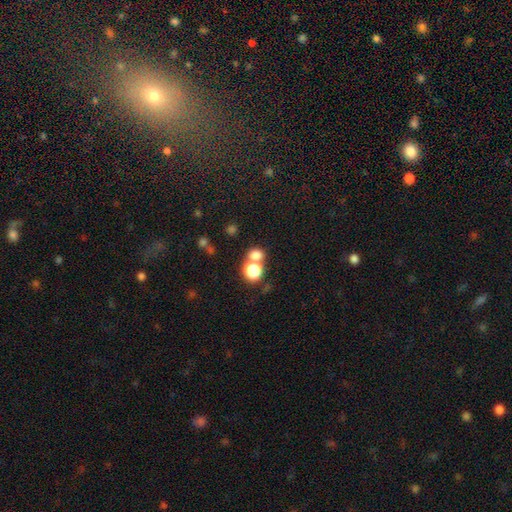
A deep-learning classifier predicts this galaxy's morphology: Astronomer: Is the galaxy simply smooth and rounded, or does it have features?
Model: smooth — 73%.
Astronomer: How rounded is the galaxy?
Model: round — 66%.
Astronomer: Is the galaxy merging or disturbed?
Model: none — 48% (runner-up: merger, 41%).